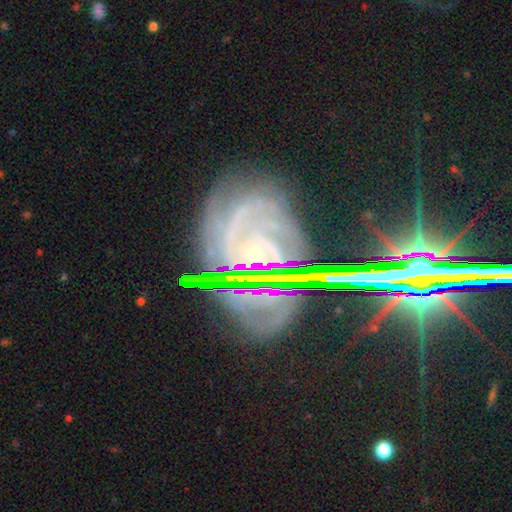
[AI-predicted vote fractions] Smooth or featured?
  - featured or disk: 73% *
  - star or artifact: 20%
  - smooth: 7%
Edge-on disk?
  - no: 95% *
  - yes: 5%
Bar?
  - no: 49% *
  - weak: 32%
  - strong: 19%
Spiral arms?
  - yes: 95% *
  - no: 5%
Spiral winding?
  - tight: 64% *
  - medium: 28%
  - loose: 8%
Spiral arm count?
  - can't tell: 26% *
  - 3: 22%
  - 2: 18%
  - 4: 14%
  - more than 4: 10%
  - 1: 9%
Bulge size?
  - small: 73% *
  - moderate: 18%
  - none: 5%
  - large: 2%
  - dominant: 1%
Merging?
  - none: 64% *
  - minor disturbance: 18%
  - major disturbance: 13%
  - merger: 6%